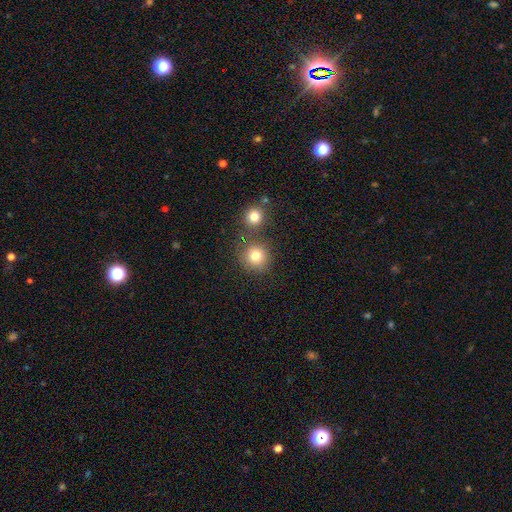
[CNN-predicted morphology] smooth 79%, star or artifact 13%, featured or disk 7%. Down the decision tree: how rounded — round (91%); merging — none (75%).